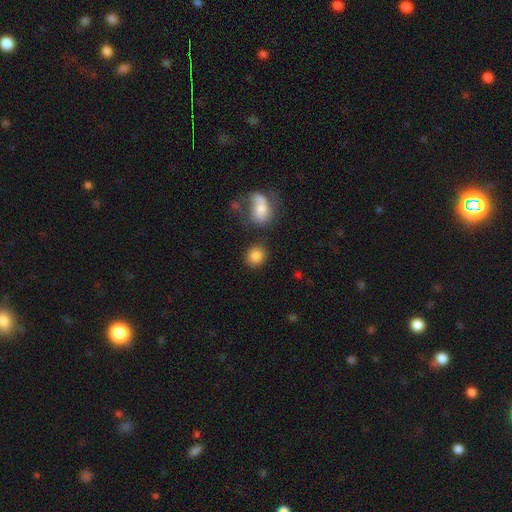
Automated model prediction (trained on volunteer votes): Morphology: type=smooth (85%); roundness=round (73%); merging=none (74%).